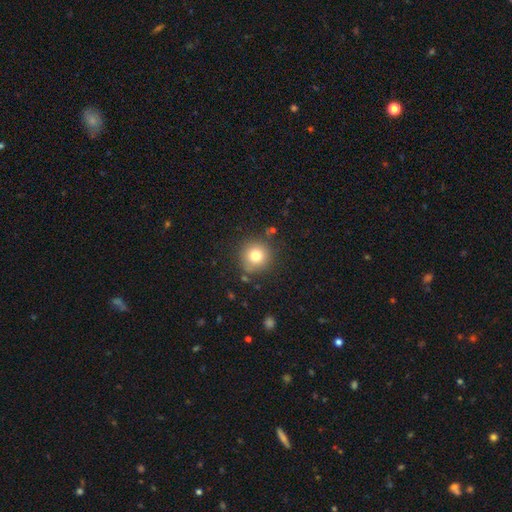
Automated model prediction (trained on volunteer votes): The model was most divided on "smooth or featured": smooth: 77%, star or artifact: 13%, featured or disk: 10%. More confident: how rounded — round (94%); merging — none (85%).